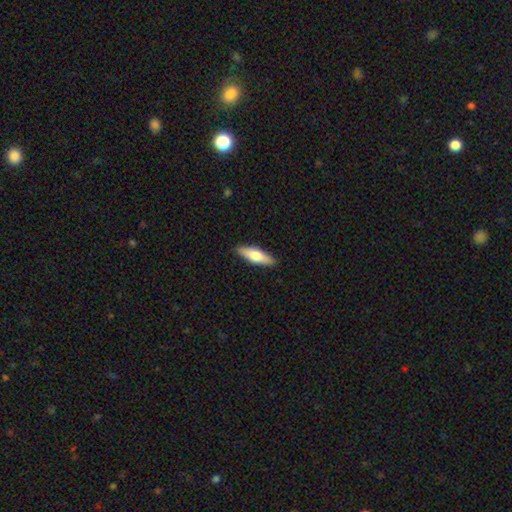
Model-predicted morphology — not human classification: Smooth or featured? smooth (56%)
How rounded? cigar-shaped (56%)
Merging? none (89%)